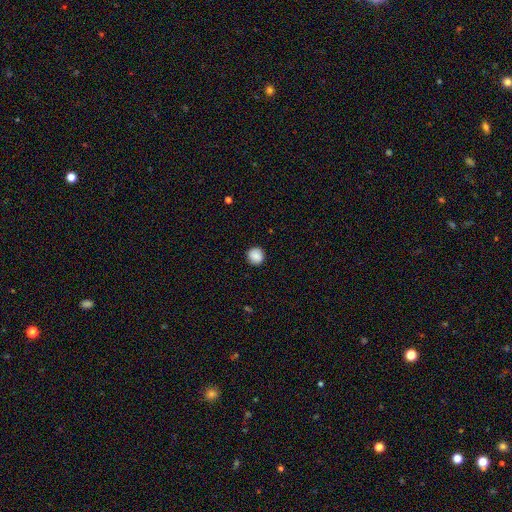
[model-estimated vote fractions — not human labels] Q: Smooth or featured?
A: smooth (88%); runner-up: star or artifact (8%)
Q: How rounded?
A: round (92%); runner-up: in between (7%)
Q: Merging?
A: none (90%); runner-up: minor disturbance (7%)